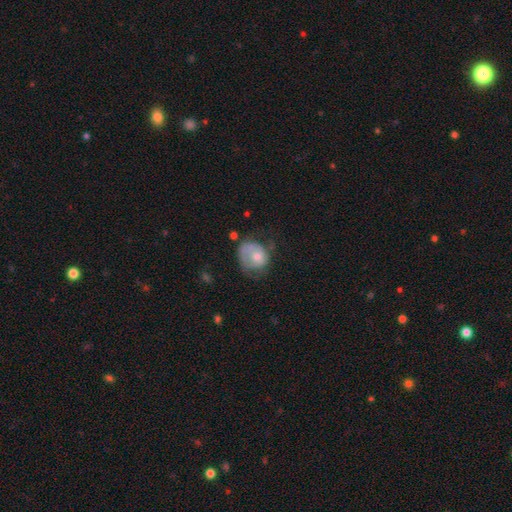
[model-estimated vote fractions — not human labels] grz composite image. It shows a smooth galaxy with no disk features (57%) that is round (60%). Merging: none (33%).